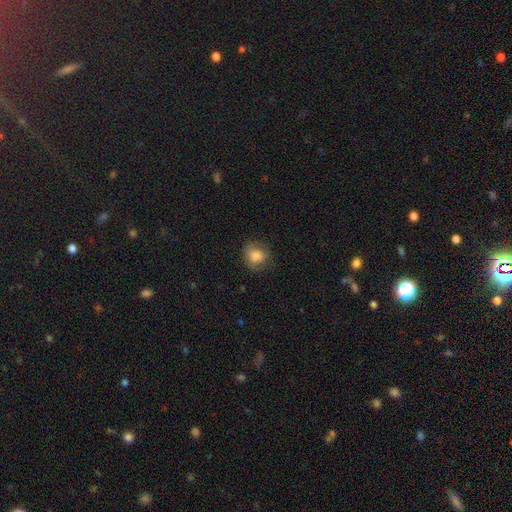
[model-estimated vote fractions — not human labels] smooth 84%, star or artifact 9%, featured or disk 7%. Down the decision tree: how rounded — round (72%); merging — none (71%).